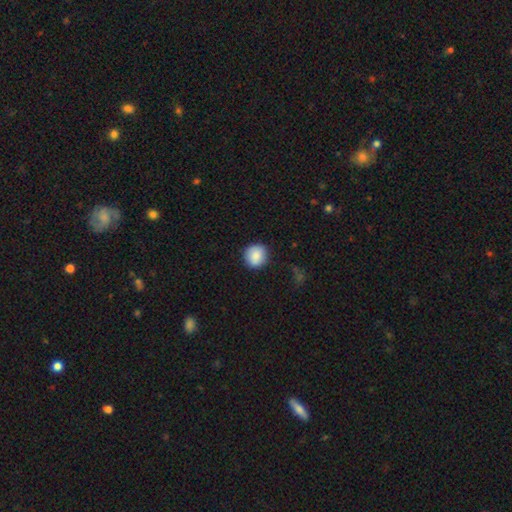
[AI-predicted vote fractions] Morphology: type=smooth (88%); roundness=round (89%); merging=none (87%).